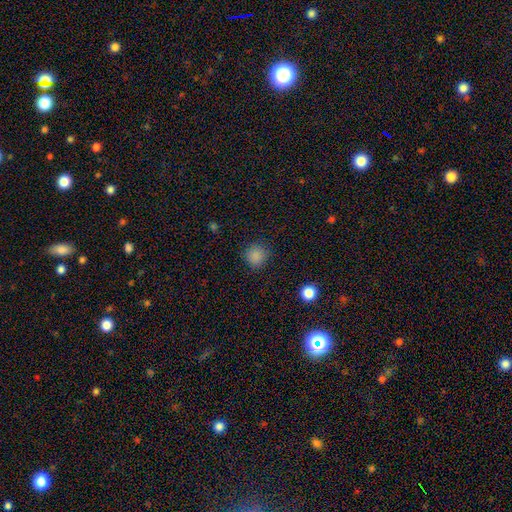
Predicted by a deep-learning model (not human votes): This is clearly a smooth galaxy (85%). How rounded: clearly round (92%). Merging: clearly none (87%).